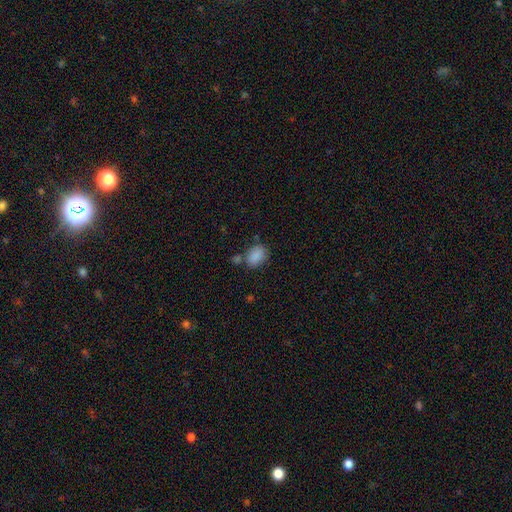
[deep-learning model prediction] This appears to be a smooth galaxy with no disk features (86%) that is in between round and cigar-shaped (81%). Merging: none (63%).